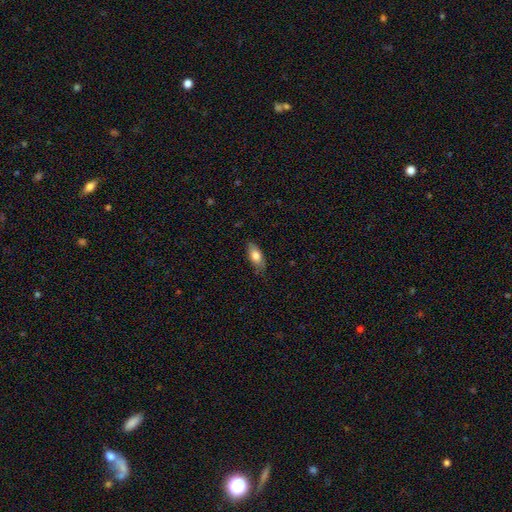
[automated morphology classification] smooth-or-featured: smooth: 76% | featured or disk: 17% | star or artifact: 7%
  how-rounded: in between: 81% | cigar-shaped: 16% | round: 3%
  merging: none: 79% | minor disturbance: 17% | major disturbance: 3% | merger: 1%